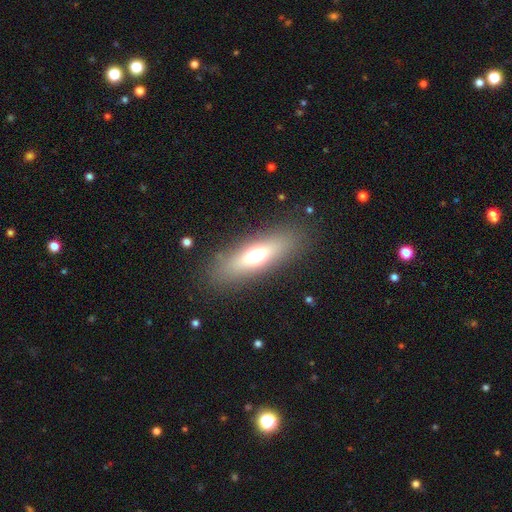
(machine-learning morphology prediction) This is possibly a smooth galaxy (57%). How rounded: possibly in between (58%). Merging: clearly none (85%).